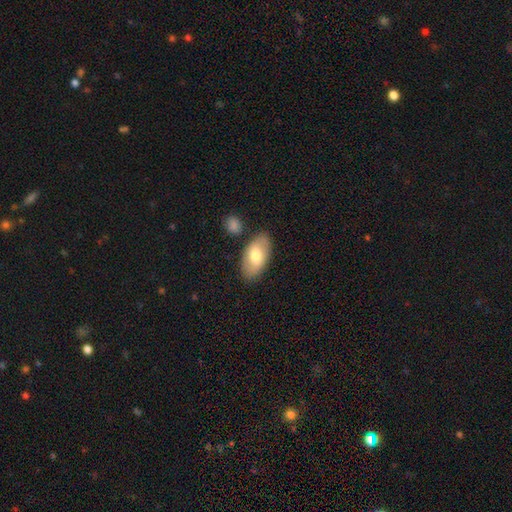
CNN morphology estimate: Q: Smooth or featured?
A: smooth (68%); runner-up: featured or disk (26%)
Q: How rounded?
A: in between (94%); runner-up: round (4%)
Q: Merging?
A: none (79%); runner-up: minor disturbance (12%)